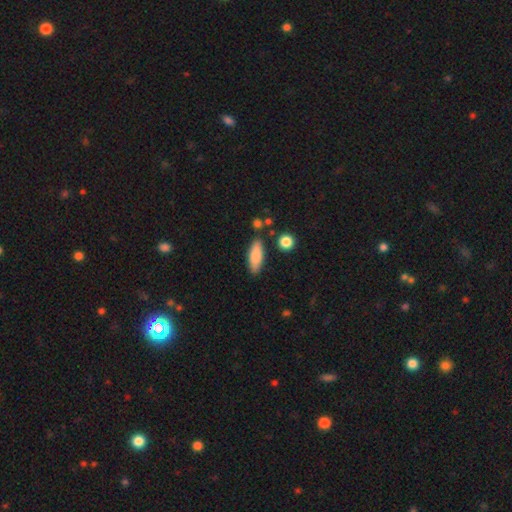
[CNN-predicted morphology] This appears to be a smooth galaxy with no disk features (82%) that is in between round and cigar-shaped (66%). Merging: none (83%).